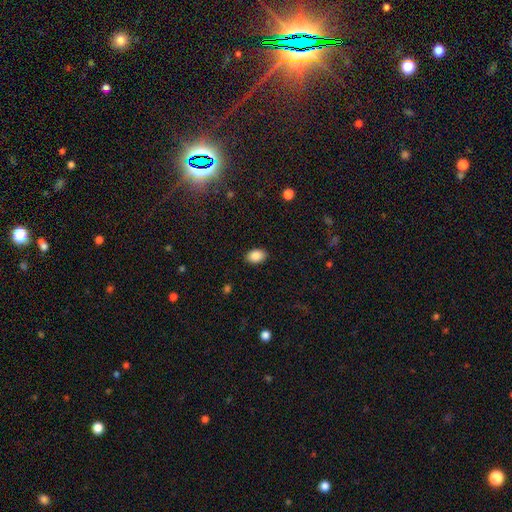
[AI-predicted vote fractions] The model was most divided on "how rounded": in between: 85%, round: 14%, cigar-shaped: 1%. More confident: merging — none (89%); smooth or featured — smooth (87%).